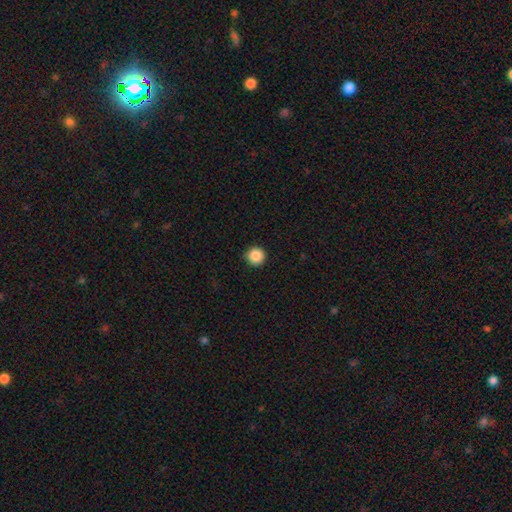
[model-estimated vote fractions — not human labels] Morphology: type=smooth (87%); roundness=round (96%); merging=none (90%).